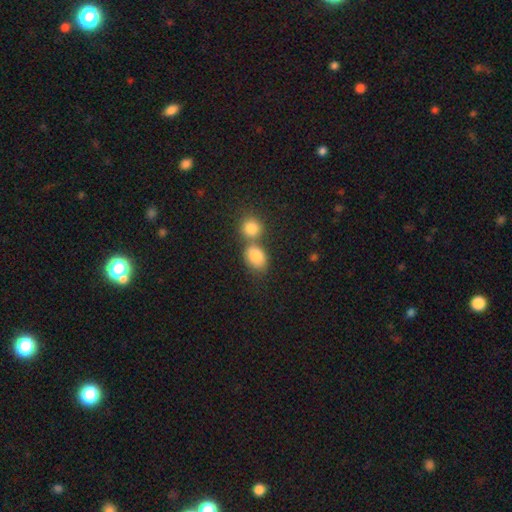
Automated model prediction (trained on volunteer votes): This appears to be a smooth galaxy with no disk features (82%) that is in between round and cigar-shaped (53%). Merging: merger (47%).